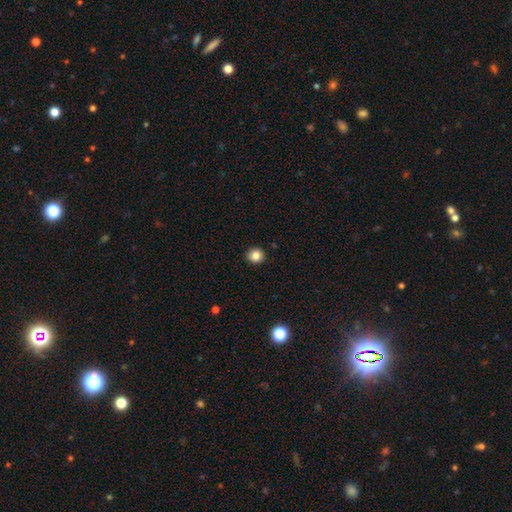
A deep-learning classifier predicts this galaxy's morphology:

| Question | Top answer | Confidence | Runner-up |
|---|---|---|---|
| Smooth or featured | smooth | 84% | star or artifact (11%) |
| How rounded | round | 87% | in between (12%) |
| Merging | none | 92% | minor disturbance (6%) |